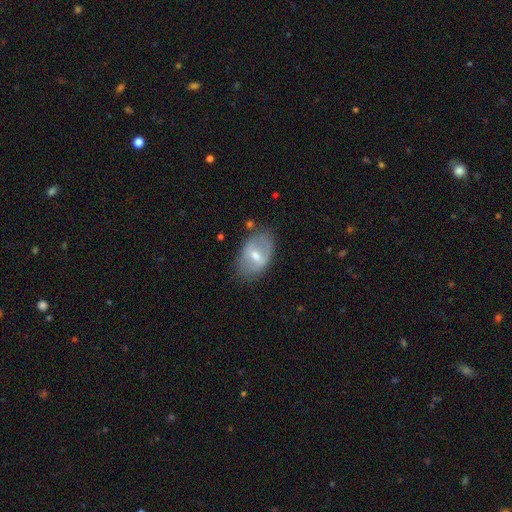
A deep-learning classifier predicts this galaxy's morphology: smooth-or-featured: featured or disk: 56% | smooth: 37% | star or artifact: 7%
  disk-edge-on: no: 90% | yes: 10%
    bar: weak: 43% (tied) | strong: 43% (tied) | no: 14%
    has-spiral-arms: no: 68% | yes: 32%
    bulge-size: moderate: 67% | small: 25% | large: 6% | none: 1% | dominant: 1%
  merging: none: 74% | minor disturbance: 18% | major disturbance: 6% | merger: 2%